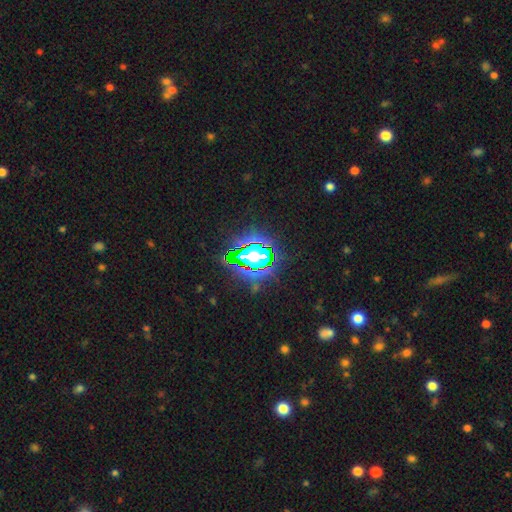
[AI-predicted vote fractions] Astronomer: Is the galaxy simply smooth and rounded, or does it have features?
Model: star or artifact — 69%.